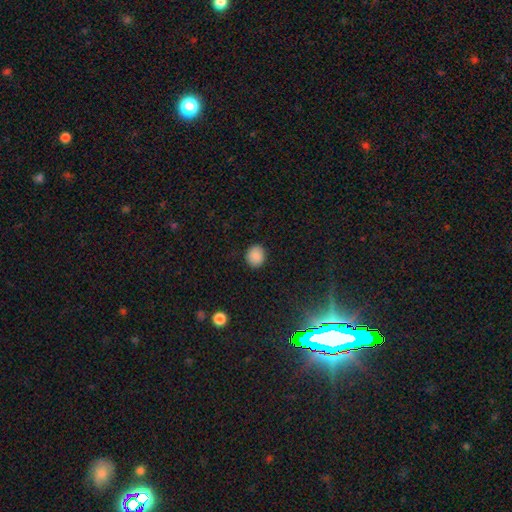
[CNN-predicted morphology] Smooth or featured: smooth — 87% (star or artifact — 9%)
How rounded: round — 79% (in between — 20%)
Merging: none — 90% (minor disturbance — 7%)